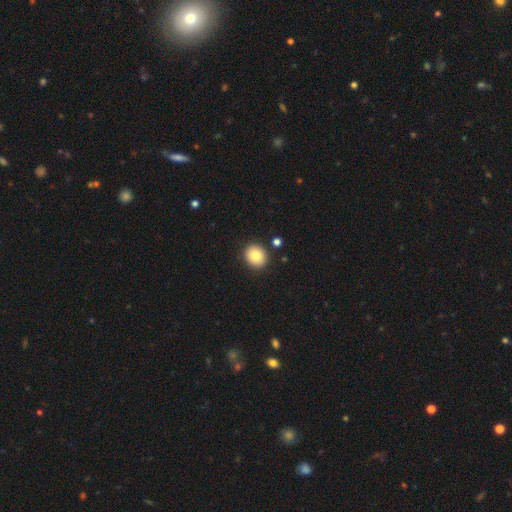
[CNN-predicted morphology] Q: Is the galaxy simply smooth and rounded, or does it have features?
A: smooth — 82%.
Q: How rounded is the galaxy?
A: round — 78%.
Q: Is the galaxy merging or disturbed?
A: none — 88%.